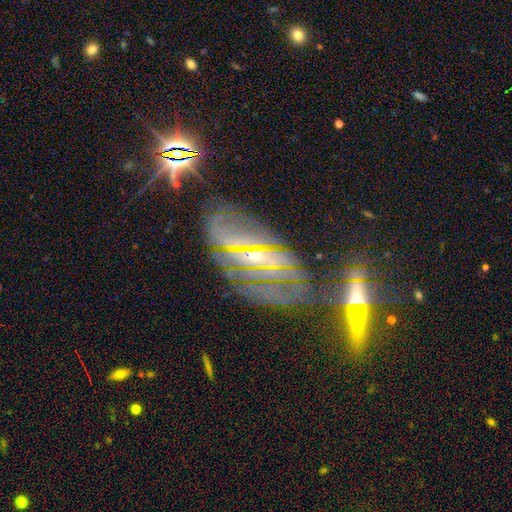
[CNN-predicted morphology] featured or disk 78%, star or artifact 14%, smooth 8%. Down the decision tree: edge-on disk — no (81%); bar — strong (39%); spiral arms — yes (83%); spiral arm count — can't tell (43%); spiral winding — tight (53%); bulge size — small (59%); merging — none (58%).